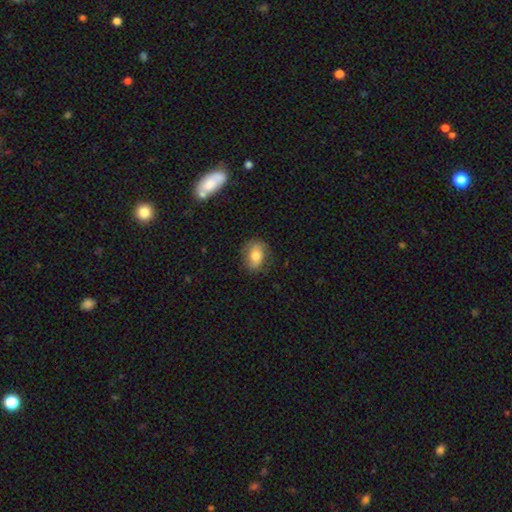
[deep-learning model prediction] Smooth or featured? smooth (70%)
How rounded? in between (63%)
Merging? none (76%)